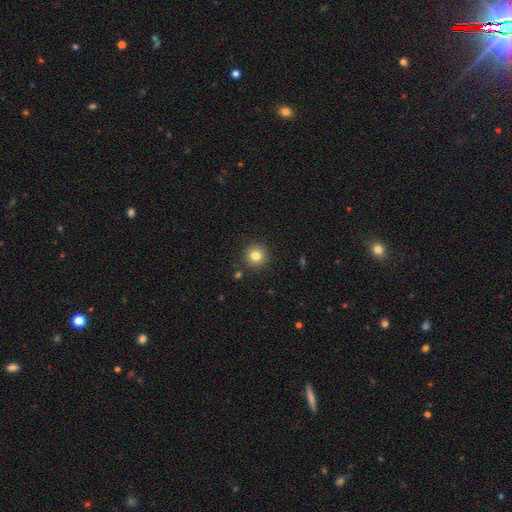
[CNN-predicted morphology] This appears to be a smooth galaxy with no disk features (81%) that is round (95%). Merging: none (90%).